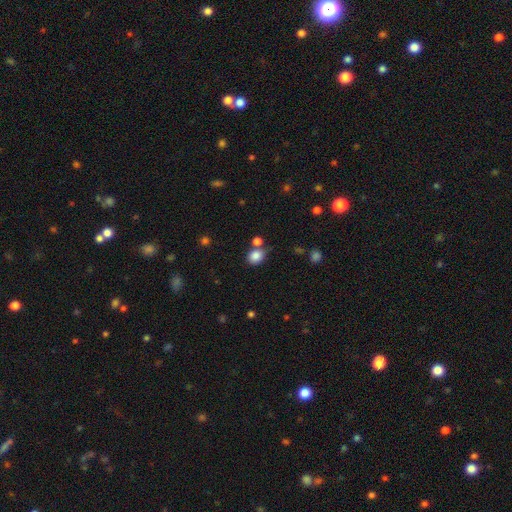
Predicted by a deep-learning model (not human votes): Morphology: type=smooth (84%); roundness=round (55%); merging=none (65%).